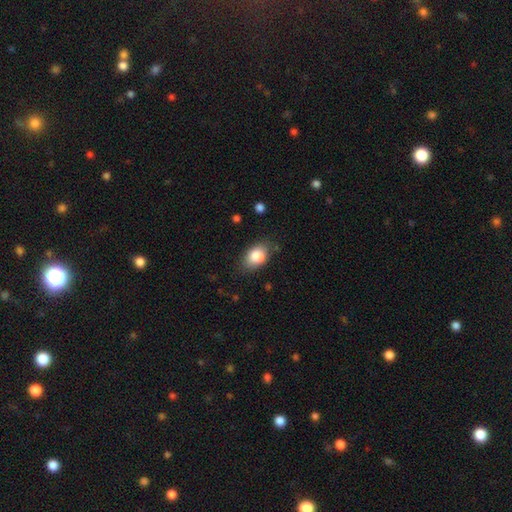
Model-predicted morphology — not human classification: smooth-or-featured: smooth: 84% | featured or disk: 8% | star or artifact: 8%
  how-rounded: in between: 84% | round: 14% | cigar-shaped: 2%
  merging: none: 73% | minor disturbance: 19% | major disturbance: 5% | merger: 3%